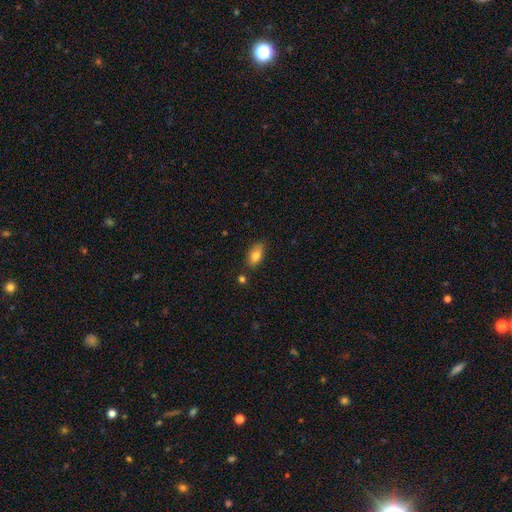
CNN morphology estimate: Smooth or featured: smooth — 78% (featured or disk — 14%)
How rounded: in between — 87% (cigar-shaped — 9%)
Merging: none — 79% (minor disturbance — 15%)